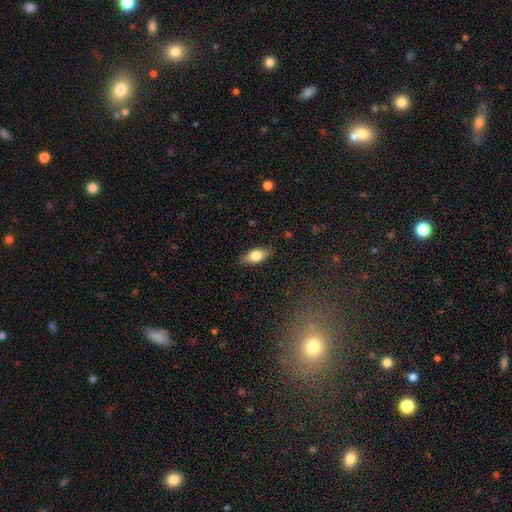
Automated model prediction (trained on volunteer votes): A smooth galaxy with no disk features (76%) that is in between round and cigar-shaped (86%).

Vote fractions:
- Smooth or featured? smooth: 76% / featured or disk: 17% / star or artifact: 7%
- How rounded? in between: 86% / cigar-shaped: 9% / round: 4%
- Merging? none: 86% / minor disturbance: 11% / major disturbance: 2% / merger: 1%